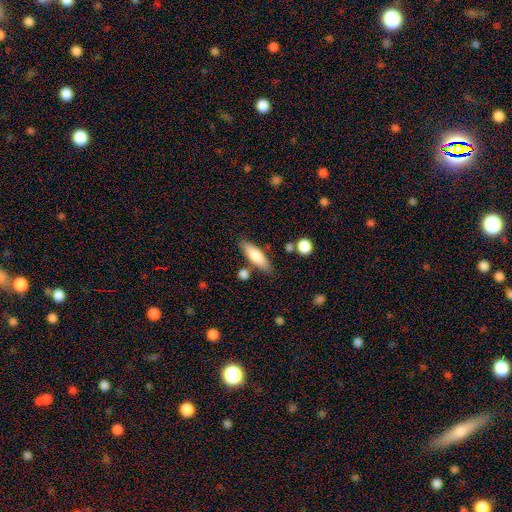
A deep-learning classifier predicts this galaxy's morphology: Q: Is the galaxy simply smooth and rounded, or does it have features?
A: smooth — 77%.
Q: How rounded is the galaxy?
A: in between — 50%.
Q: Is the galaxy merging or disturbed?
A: none — 79%.